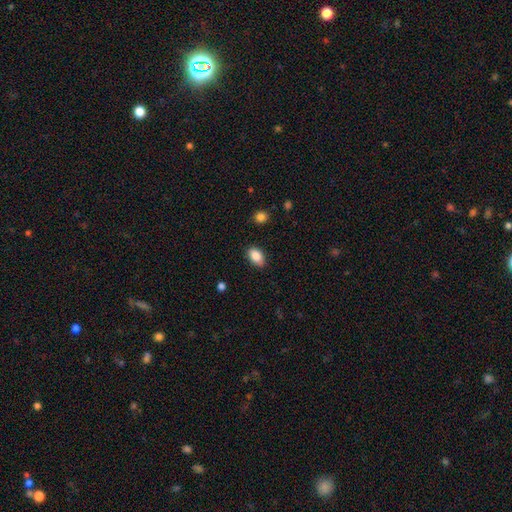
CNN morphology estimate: Smooth or featured: smooth — 87% (star or artifact — 8%)
How rounded: in between — 90% (round — 8%)
Merging: none — 83% (minor disturbance — 13%)